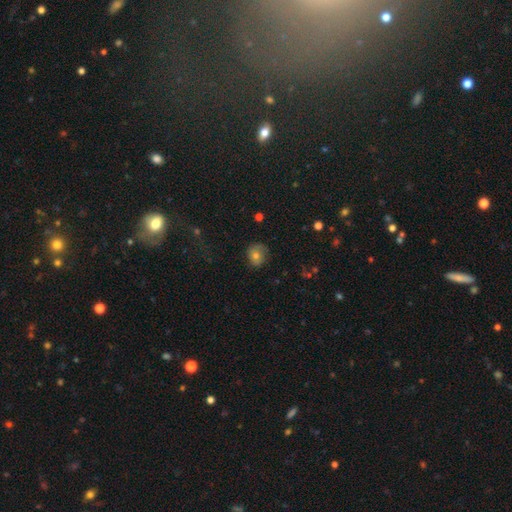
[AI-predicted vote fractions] Smooth or featured? smooth (66%)
How rounded? round (74%)
Merging? none (68%)